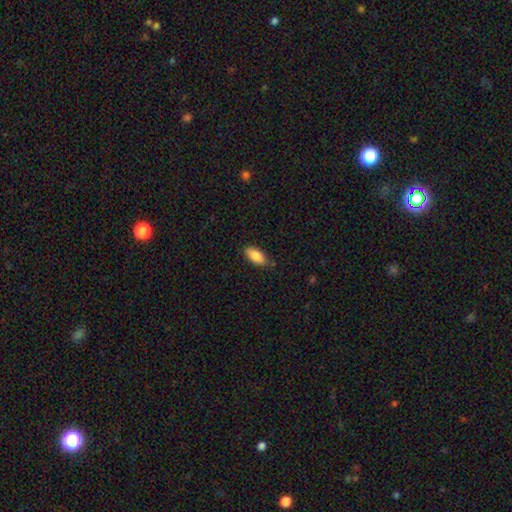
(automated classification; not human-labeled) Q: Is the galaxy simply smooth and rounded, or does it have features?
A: smooth — 86%.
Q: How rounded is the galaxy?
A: in between — 88%.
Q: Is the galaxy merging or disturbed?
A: none — 83%.